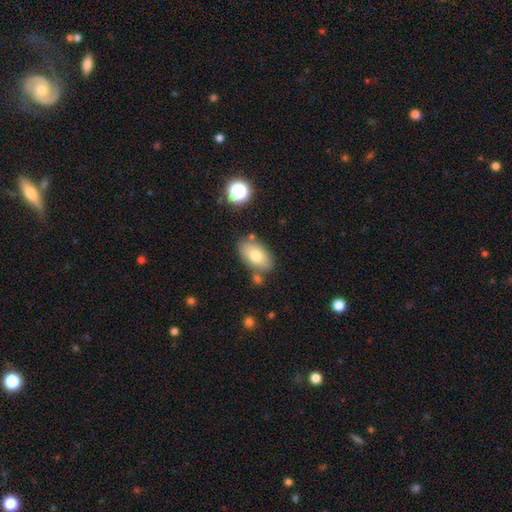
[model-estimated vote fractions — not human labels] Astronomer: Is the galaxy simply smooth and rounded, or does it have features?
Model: smooth — 74%.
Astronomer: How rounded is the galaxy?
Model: in between — 90%.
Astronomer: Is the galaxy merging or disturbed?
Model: none — 73%.